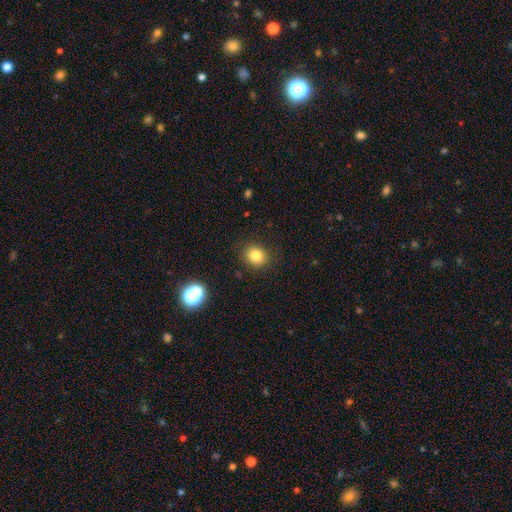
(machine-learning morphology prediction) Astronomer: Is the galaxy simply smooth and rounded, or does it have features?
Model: smooth — 81%.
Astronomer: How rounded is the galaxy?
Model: round — 71%.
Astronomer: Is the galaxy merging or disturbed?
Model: none — 88%.